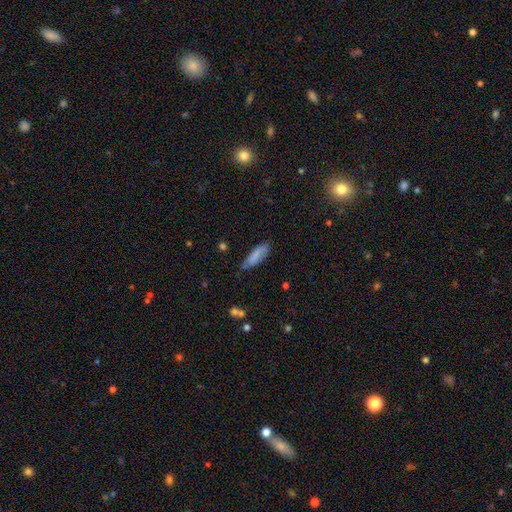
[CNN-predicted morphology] A smooth galaxy with no disk features (79%) that is in between round and cigar-shaped (50%). Merging: none (60%).